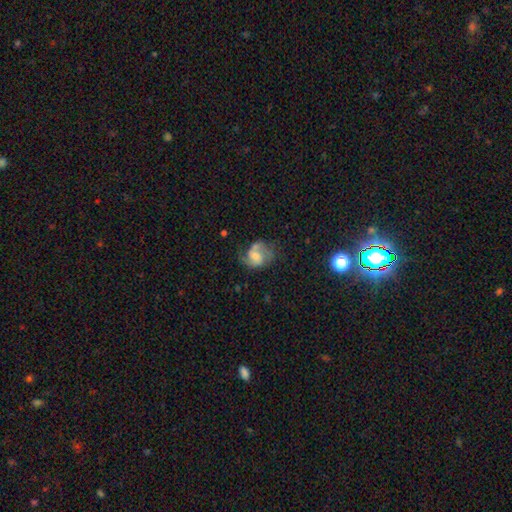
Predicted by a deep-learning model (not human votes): Overall: featured or disk (62%; smooth 30%). Edge-on disk: no (98%). Bar: no (50%; weak 40%). Spiral arms: yes (85%). Spiral arm count: 2 (77%). Spiral winding: medium (48%; loose 33%). Bulge size: moderate (35%; small 29%). Merging: none (45%; minor disturbance 25%).